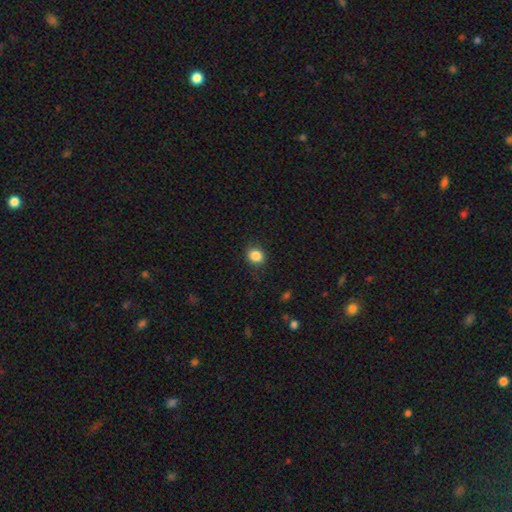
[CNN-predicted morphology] smooth 86%, star or artifact 10%, featured or disk 4%. Down the decision tree: how rounded — round (71%); merging — none (84%).